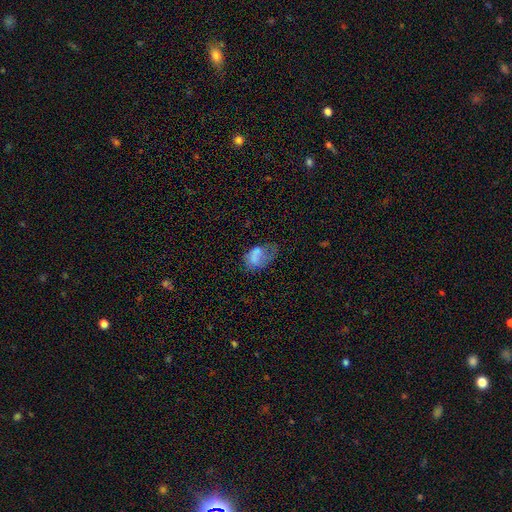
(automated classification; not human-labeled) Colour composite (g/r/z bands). It shows a smooth galaxy with no disk features (63%) that is in between round and cigar-shaped (83%). Merging: major disturbance (39%).